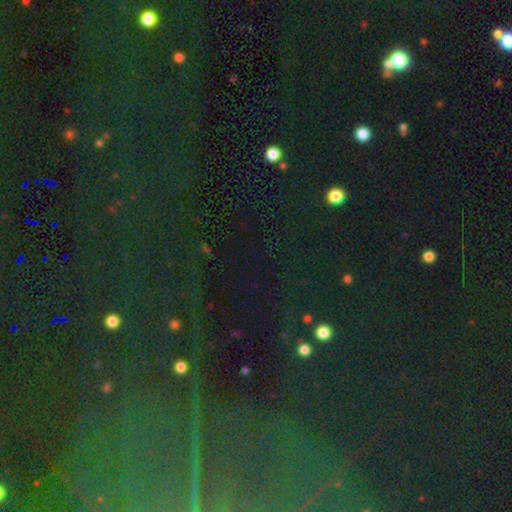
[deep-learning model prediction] A star or artifact, not a galaxy (76%).

Vote fractions:
- Smooth or featured? star or artifact: 76% / smooth: 17% / featured or disk: 7%